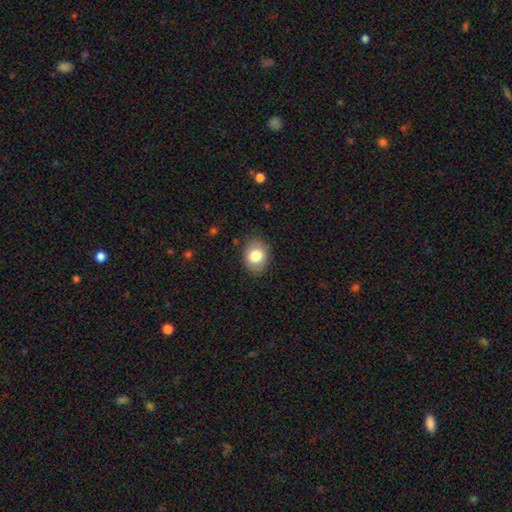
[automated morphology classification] The model was most divided on "how rounded": in between: 60%, round: 39%, cigar-shaped: 1%. More confident: merging — none (83%); smooth or featured — smooth (80%).